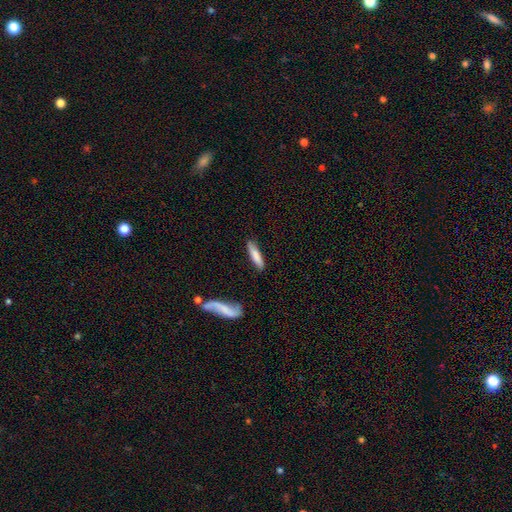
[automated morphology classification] Smooth or featured? Predicted: smooth (p=0.77). How rounded? Predicted: cigar-shaped (p=0.81). Merging? Predicted: none (p=0.83).